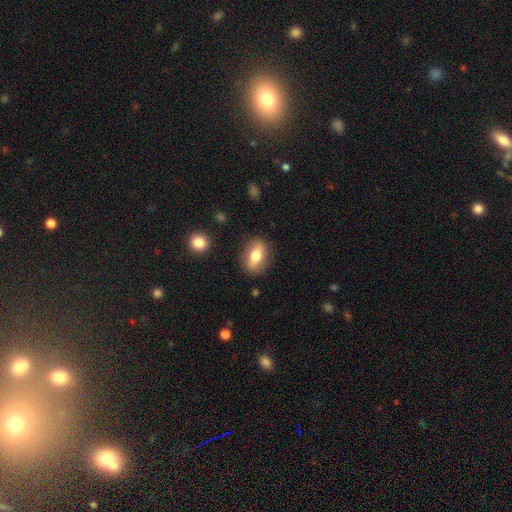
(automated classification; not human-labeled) The model was most divided on "smooth or featured": smooth: 69%, featured or disk: 24%, star or artifact: 7%. More confident: merging — none (84%); how rounded — in between (80%).